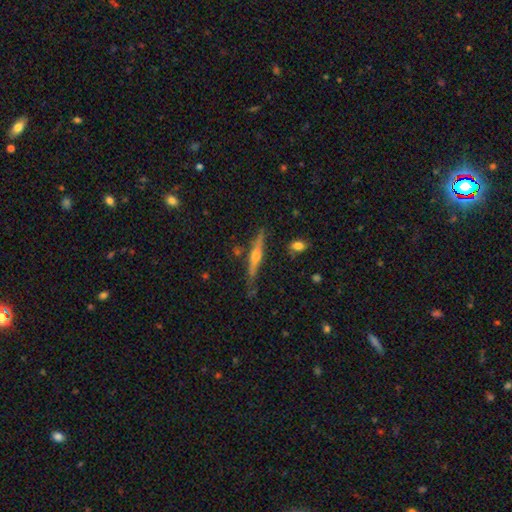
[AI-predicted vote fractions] Smooth or featured: featured or disk — 66% (smooth — 27%)
Edge-on disk: yes — 96% (no — 4%)
Edge-on bulge: rounded — 89% (none — 7%)
Merging: none — 74% (minor disturbance — 18%)